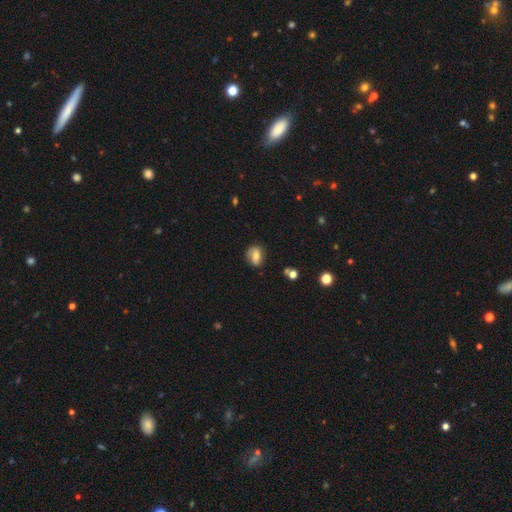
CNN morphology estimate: smooth 58%, featured or disk 31%, star or artifact 11%. Down the decision tree: how rounded — in between (65%); merging — none (71%).